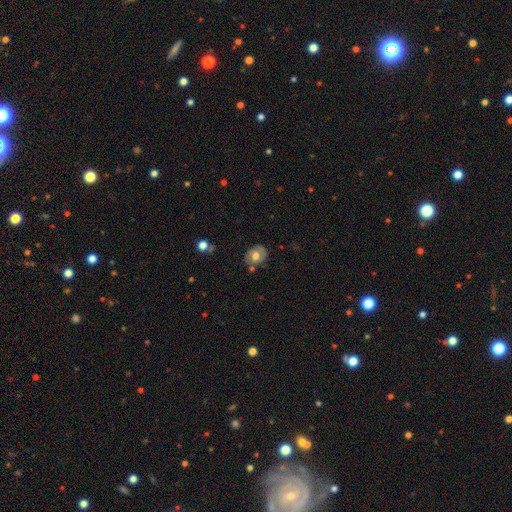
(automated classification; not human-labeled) The model was most divided on "smooth or featured": smooth: 51%, featured or disk: 41%, star or artifact: 8%. More confident: merging — none (70%); how rounded — round (57%).